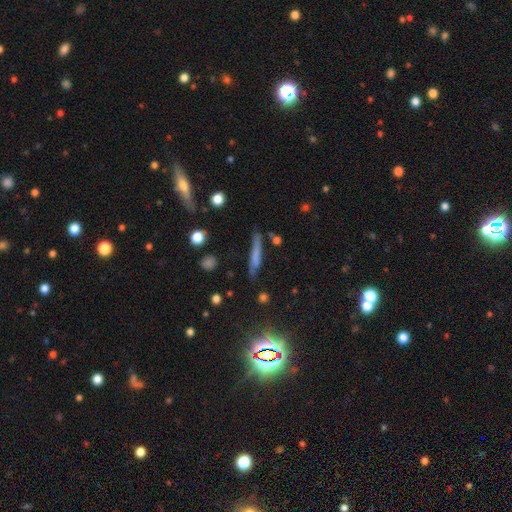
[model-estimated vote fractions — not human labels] This is possibly a smooth galaxy (59%). How rounded: clearly cigar-shaped (91%). Merging: likely none (75%).